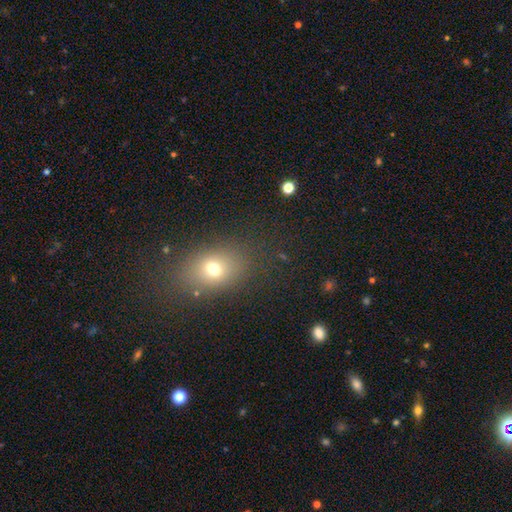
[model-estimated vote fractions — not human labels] Overall: smooth (63%; star or artifact 26%). How rounded: in between (66%; round 31%). Merging: none (87%).